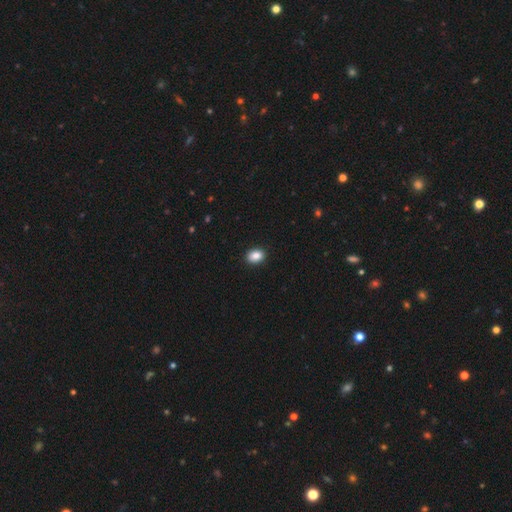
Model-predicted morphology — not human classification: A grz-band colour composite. It shows a smooth galaxy with no disk features (87%) that is in between round and cigar-shaped (70%). Merging: none (91%).